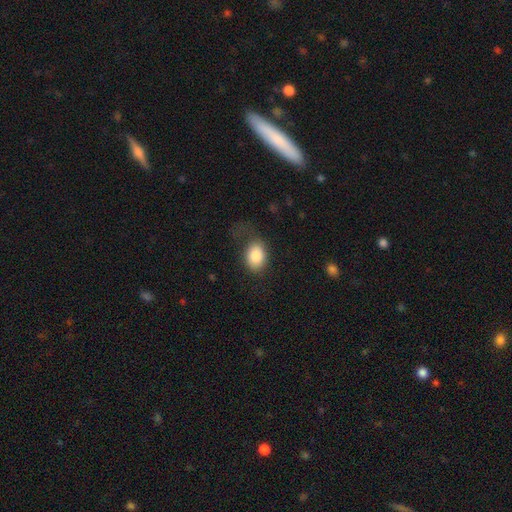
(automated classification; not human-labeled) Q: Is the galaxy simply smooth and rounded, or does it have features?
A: smooth — 85%.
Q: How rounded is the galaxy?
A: in between — 76%.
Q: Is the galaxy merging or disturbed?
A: none — 58%.